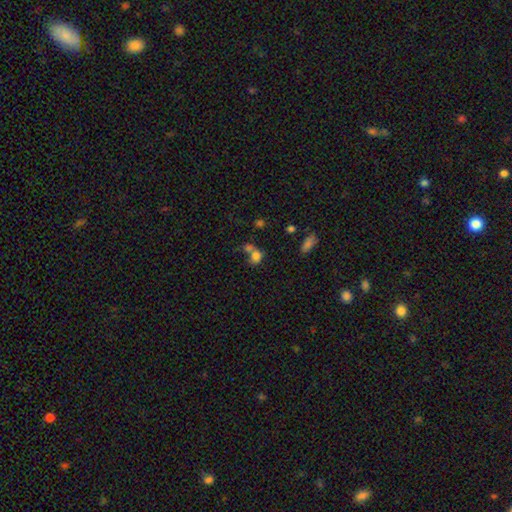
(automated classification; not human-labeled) smooth_or_featured: smooth (p=0.76) [alt: featured or disk p=0.12]
how_rounded: round (p=0.50) [alt: in between p=0.48]
merging: merger (p=0.52) [alt: none p=0.29]